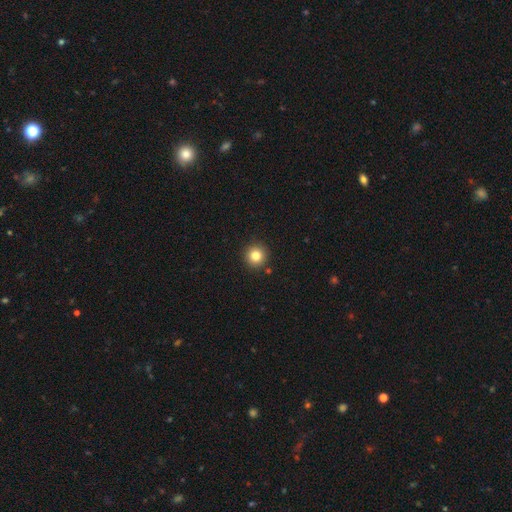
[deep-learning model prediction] A smooth galaxy with no disk features (82%) that is round (95%). Merging: none (91%).